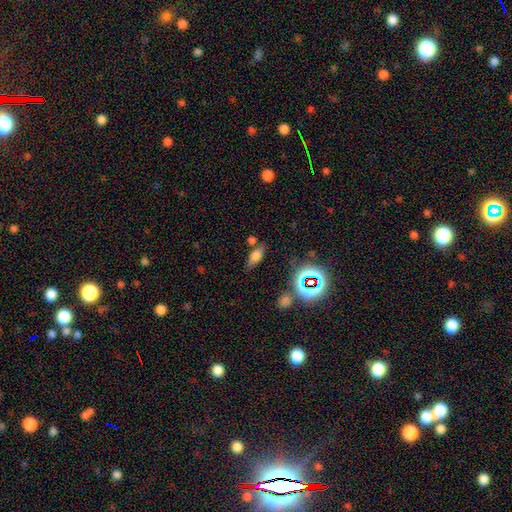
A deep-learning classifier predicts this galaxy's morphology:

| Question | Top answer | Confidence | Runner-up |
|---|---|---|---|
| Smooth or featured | smooth | 67% | star or artifact (18%) |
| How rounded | in between | 75% | cigar-shaped (17%) |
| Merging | none | 69% | minor disturbance (16%) |